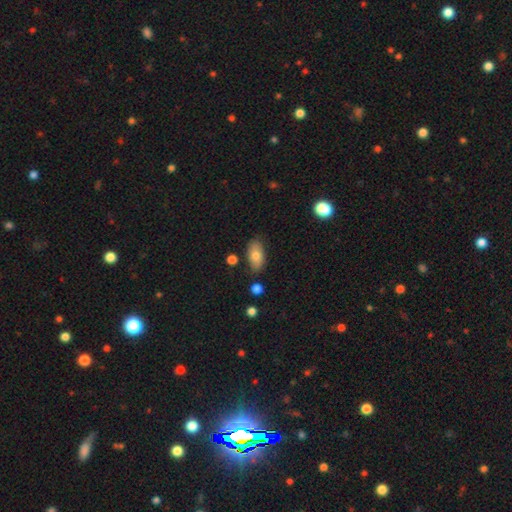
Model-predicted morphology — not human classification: Smooth or featured?
  - smooth: 75% *
  - featured or disk: 18%
  - star or artifact: 8%
How rounded?
  - in between: 91% *
  - round: 5%
  - cigar-shaped: 4%
Merging?
  - none: 80% *
  - minor disturbance: 14%
  - merger: 3%
  - major disturbance: 3%